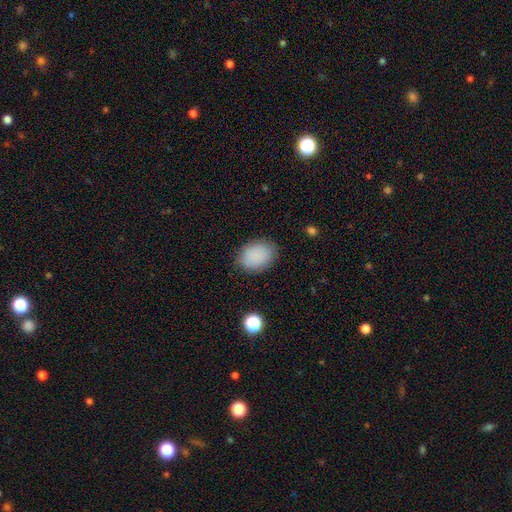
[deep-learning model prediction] Overall: smooth (87%). How rounded: in between (76%). Merging: none (83%).